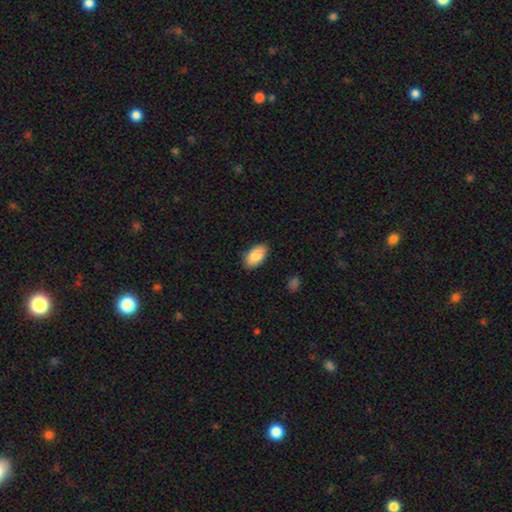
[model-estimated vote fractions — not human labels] smooth-or-featured: smooth: 86% | featured or disk: 8% | star or artifact: 6%
  how-rounded: in between: 94% | round: 3% | cigar-shaped: 2%
  merging: none: 87% | minor disturbance: 9% | major disturbance: 2% | merger: 1%